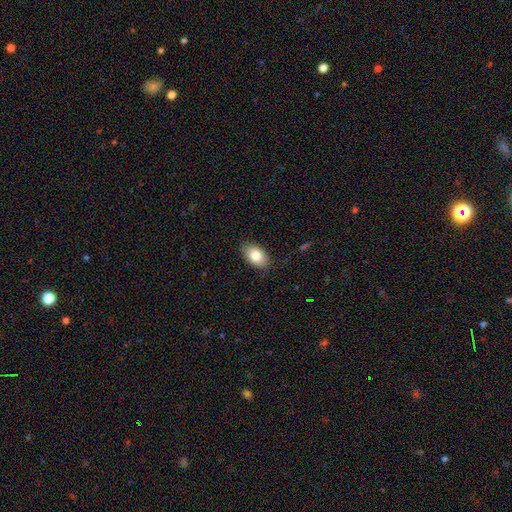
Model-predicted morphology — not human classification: Smooth or featured? Predicted: smooth (p=0.83). How rounded? Predicted: in between (p=0.89). Merging? Predicted: none (p=0.84).